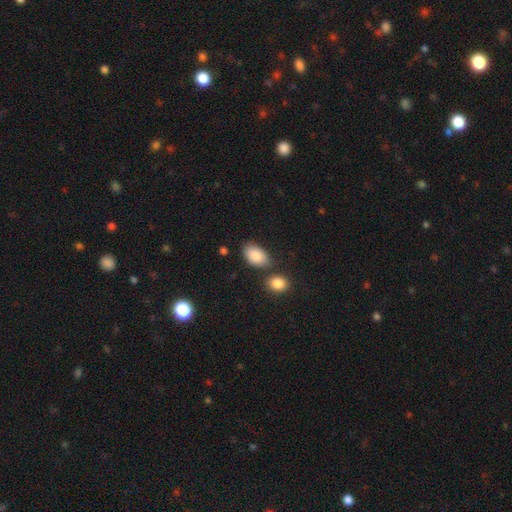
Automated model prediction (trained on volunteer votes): A smooth galaxy with no disk features (88%) that is in between round and cigar-shaped (92%).

Vote fractions:
- Smooth or featured? smooth: 88% / star or artifact: 7% / featured or disk: 6%
- How rounded? in between: 92% / round: 7% / cigar-shaped: 1%
- Merging? none: 68% / minor disturbance: 16% / merger: 12% / major disturbance: 4%